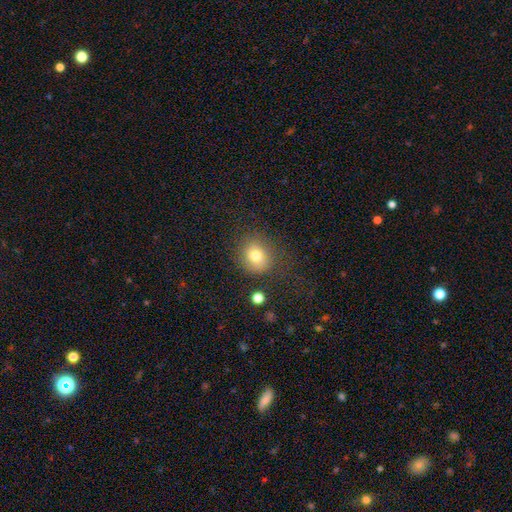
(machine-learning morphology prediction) A smooth galaxy with no disk features (77%) that is round (74%). Merging: none (76%).